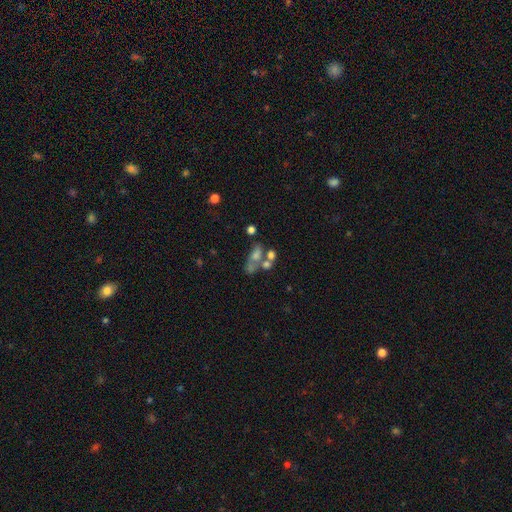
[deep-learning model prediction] Q: Smooth or featured?
A: smooth (40%); runner-up: featured or disk (39%)
Q: Merging?
A: merger (43%); runner-up: none (30%)